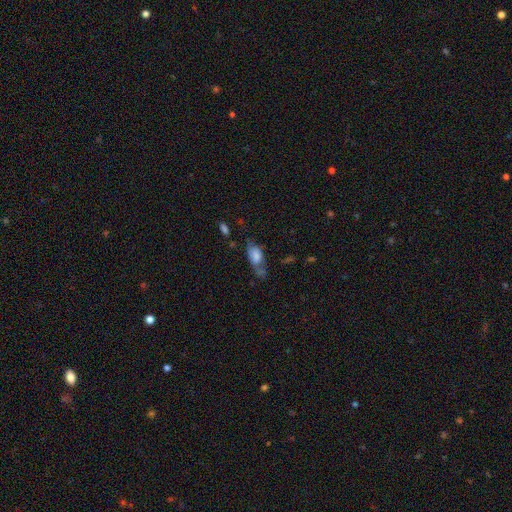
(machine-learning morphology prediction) Smooth or featured: smooth — 53% (featured or disk — 38%)
How rounded: in between — 83% (cigar-shaped — 12%)
Merging: none — 42% (minor disturbance — 29%)